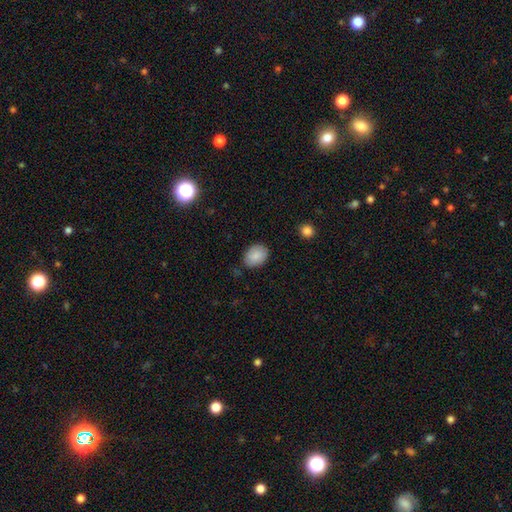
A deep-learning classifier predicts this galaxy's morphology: Smooth or featured?
  - smooth: 86% *
  - featured or disk: 7%
  - star or artifact: 7%
How rounded?
  - in between: 69% *
  - round: 30%
  - cigar-shaped: 1%
Merging?
  - none: 82% *
  - minor disturbance: 14%
  - major disturbance: 3%
  - merger: 2%